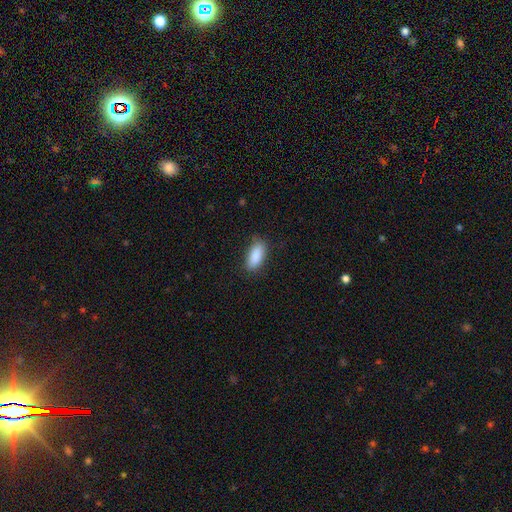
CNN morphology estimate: smooth_or_featured: smooth (p=0.89) [alt: star or artifact p=0.06]
how_rounded: in between (p=0.83) [alt: cigar-shaped p=0.15]
merging: none (p=0.82) [alt: minor disturbance p=0.14]